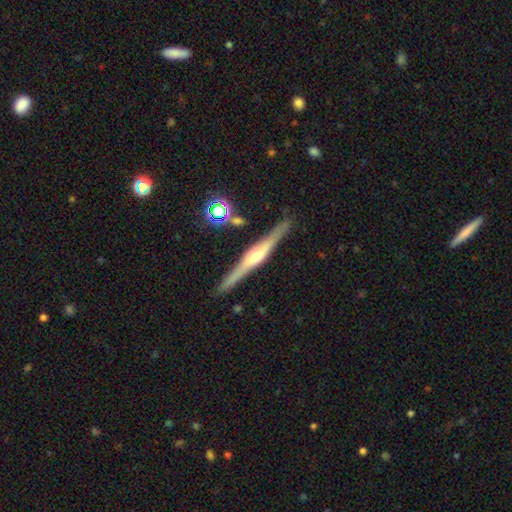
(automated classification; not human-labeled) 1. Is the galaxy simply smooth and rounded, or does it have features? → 77% featured or disk, 16% smooth, 7% star or artifact.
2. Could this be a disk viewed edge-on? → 98% yes, 2% no.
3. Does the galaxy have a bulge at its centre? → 78% rounded, 14% boxy, 7% none.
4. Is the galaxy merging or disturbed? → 89% none, 7% minor disturbance, 2% merger, 2% major disturbance.